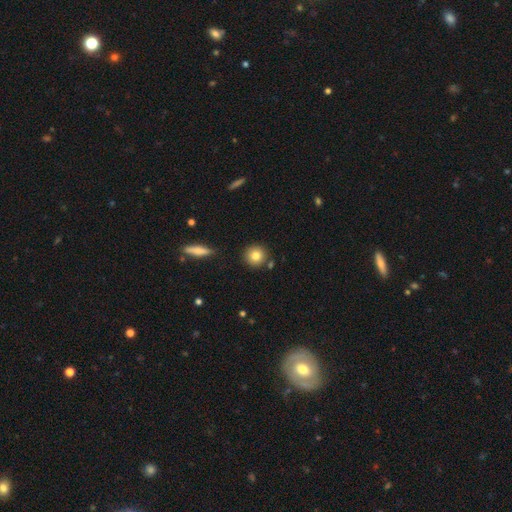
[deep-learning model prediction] The model was most divided on "smooth or featured": smooth: 81%, featured or disk: 10%, star or artifact: 10%. More confident: how rounded — round (91%); merging — none (84%).